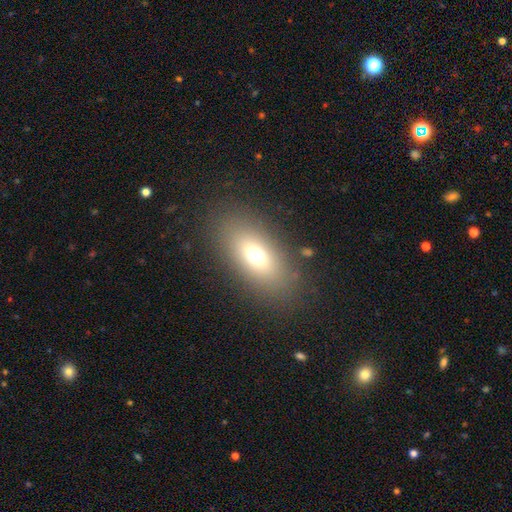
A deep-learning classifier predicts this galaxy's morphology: A smooth galaxy with no disk features (68%) that is in between round and cigar-shaped (83%). Merging: none (83%).